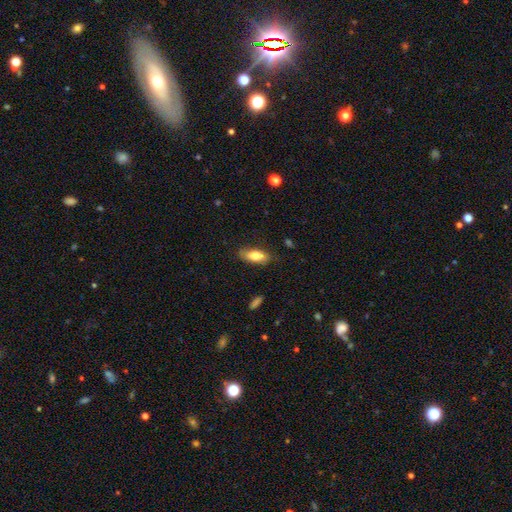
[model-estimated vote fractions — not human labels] Q: Smooth or featured?
A: smooth (78%); runner-up: featured or disk (16%)
Q: How rounded?
A: in between (78%); runner-up: cigar-shaped (20%)
Q: Merging?
A: none (78%); runner-up: minor disturbance (17%)